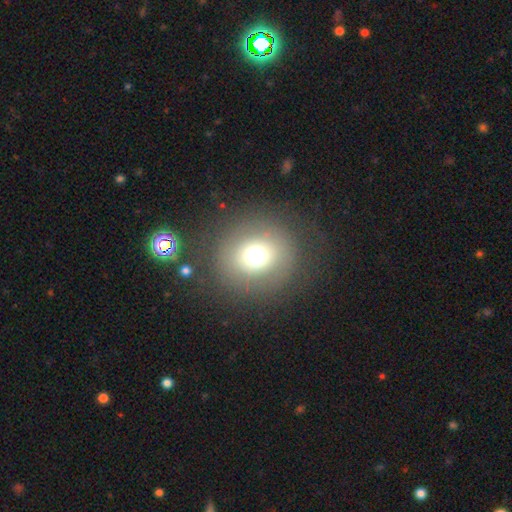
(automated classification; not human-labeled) This appears to be a smooth galaxy with no disk features (67%) that is round (89%). Merging: none (80%).